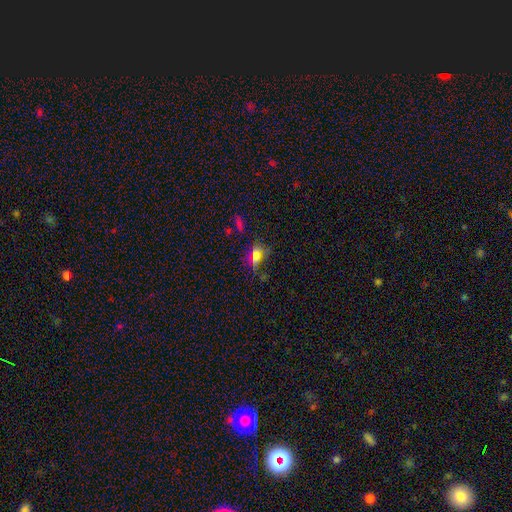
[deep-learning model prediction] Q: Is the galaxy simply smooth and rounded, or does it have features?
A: smooth — 61%.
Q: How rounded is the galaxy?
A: in between — 72%.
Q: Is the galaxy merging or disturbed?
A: none — 63%.